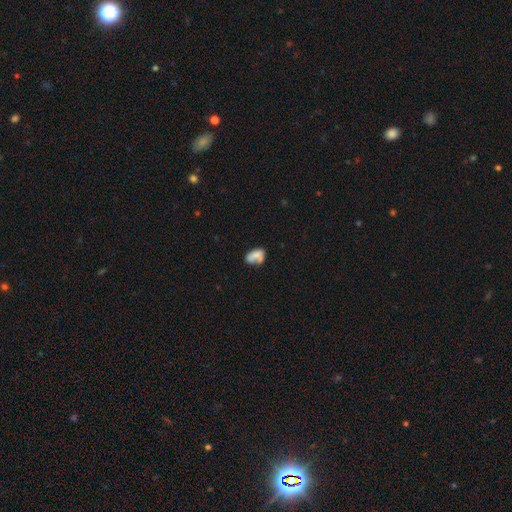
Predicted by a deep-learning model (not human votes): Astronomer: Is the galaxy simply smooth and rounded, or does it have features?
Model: smooth — 70%.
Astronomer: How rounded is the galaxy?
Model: in between — 85%.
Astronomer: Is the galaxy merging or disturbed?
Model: none — 38% (runner-up: minor disturbance, 26%).